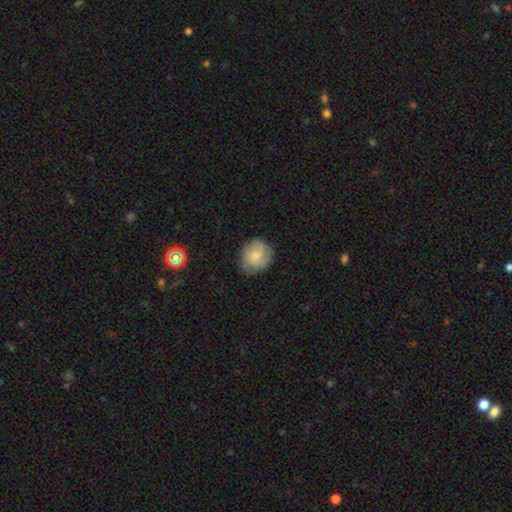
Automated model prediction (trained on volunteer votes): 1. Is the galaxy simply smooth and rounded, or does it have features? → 51% smooth, 42% featured or disk, 7% star or artifact.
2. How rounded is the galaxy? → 78% round, 21% in between, 1% cigar-shaped.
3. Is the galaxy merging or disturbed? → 76% none, 18% minor disturbance, 5% major disturbance, 1% merger.